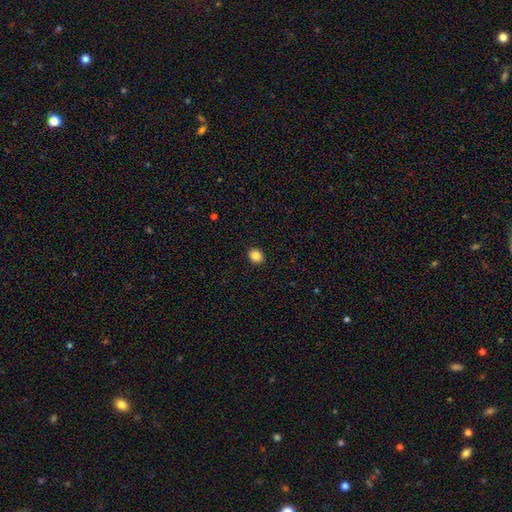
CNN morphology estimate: This is clearly a smooth galaxy (85%). How rounded: possibly round (59%). Merging: clearly none (92%).